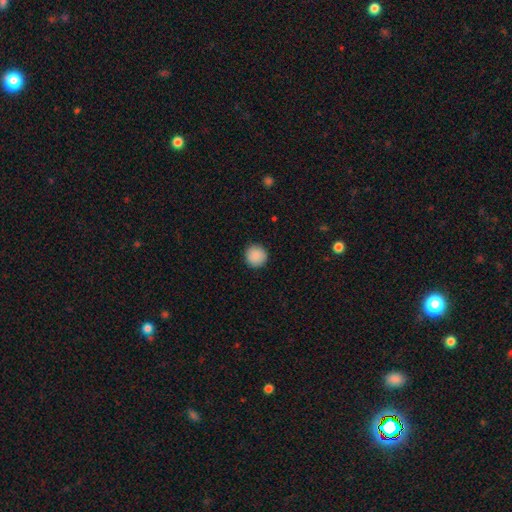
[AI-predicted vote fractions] smooth-or-featured: smooth: 89% | star or artifact: 8% | featured or disk: 3%
  how-rounded: round: 96% | in between: 3% | cigar-shaped: 1%
  merging: none: 93% | minor disturbance: 5% | major disturbance: 2% | merger: 1%